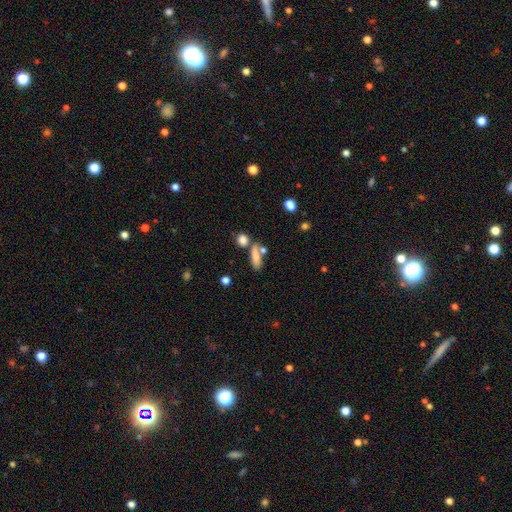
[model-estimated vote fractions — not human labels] Smooth or featured? smooth (77%)
How rounded? in between (48%)
Merging? none (53%)